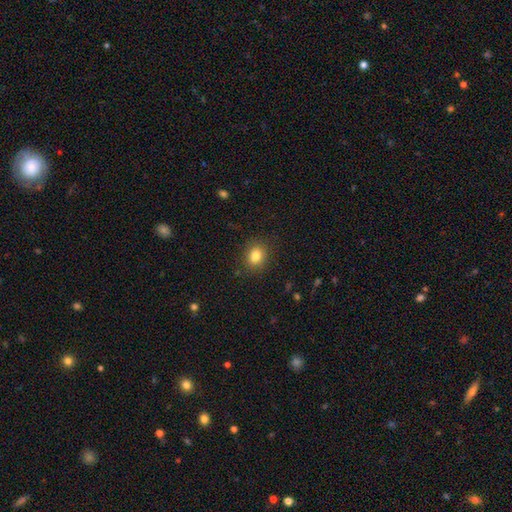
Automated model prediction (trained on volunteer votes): Q: Smooth or featured?
A: smooth (82%); runner-up: star or artifact (11%)
Q: How rounded?
A: round (56%); runner-up: in between (43%)
Q: Merging?
A: none (84%); runner-up: minor disturbance (11%)